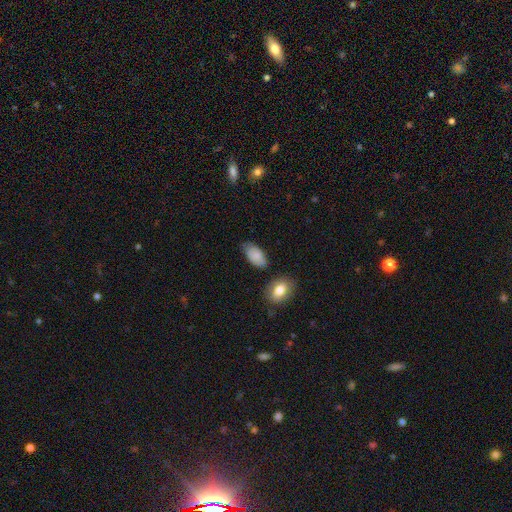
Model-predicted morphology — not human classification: Smooth or featured? smooth (83%)
How rounded? in between (93%)
Merging? none (66%)